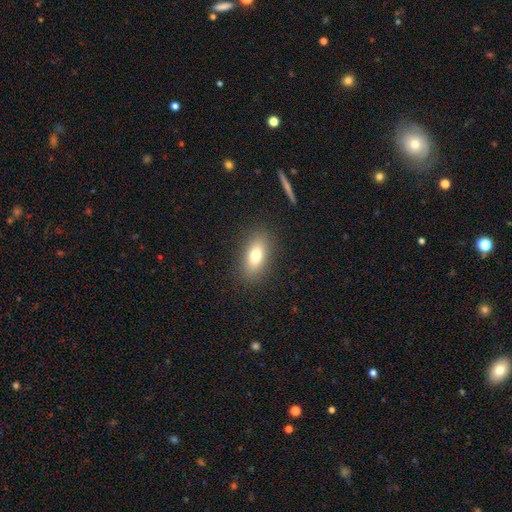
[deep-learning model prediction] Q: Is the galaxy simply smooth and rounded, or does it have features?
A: smooth — 76%.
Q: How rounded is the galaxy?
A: in between — 82%.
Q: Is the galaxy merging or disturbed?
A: none — 87%.